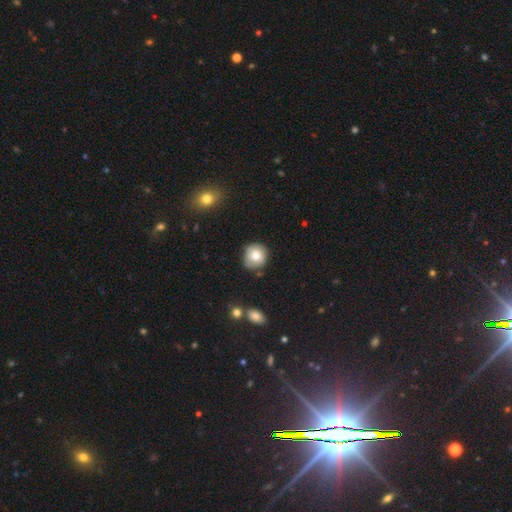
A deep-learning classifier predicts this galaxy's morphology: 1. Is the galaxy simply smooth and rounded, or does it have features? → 75% smooth, 16% featured or disk, 9% star or artifact.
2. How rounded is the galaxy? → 90% round, 9% in between, 1% cigar-shaped.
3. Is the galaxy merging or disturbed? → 75% none, 18% minor disturbance, 4% major disturbance, 3% merger.